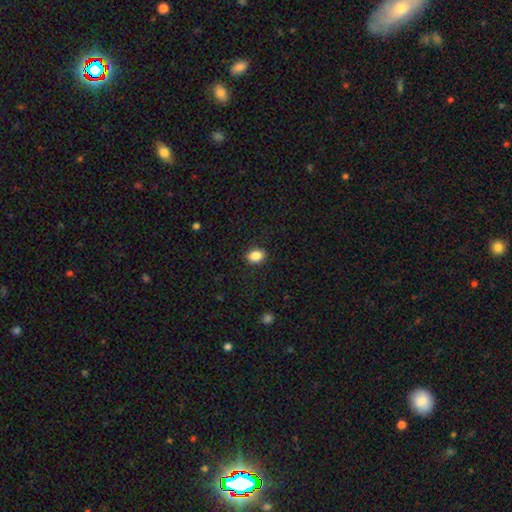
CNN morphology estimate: Smooth or featured?
  - smooth: 87% *
  - star or artifact: 9%
  - featured or disk: 5%
How rounded?
  - in between: 63% *
  - round: 36%
  - cigar-shaped: 1%
Merging?
  - none: 89% *
  - minor disturbance: 8%
  - major disturbance: 2%
  - merger: 1%